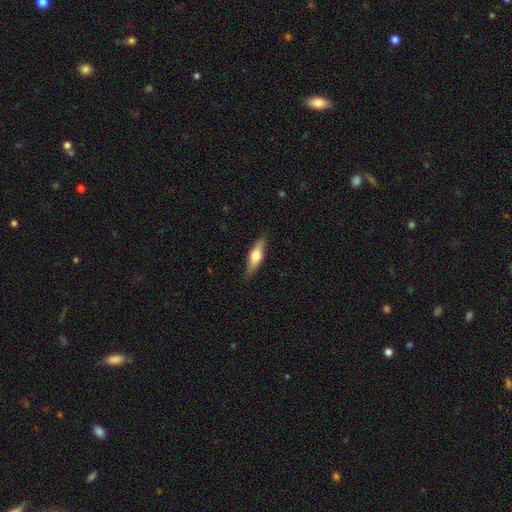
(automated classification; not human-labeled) Q: Smooth or featured?
A: smooth (53%); runner-up: featured or disk (41%)
Q: How rounded?
A: in between (49%); tied with: cigar-shaped (49%)
Q: Merging?
A: none (86%); runner-up: minor disturbance (11%)